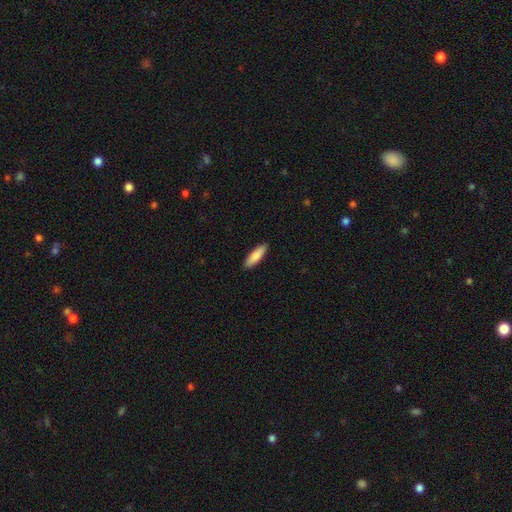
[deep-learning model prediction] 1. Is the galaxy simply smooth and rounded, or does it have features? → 86% smooth, 9% featured or disk, 5% star or artifact.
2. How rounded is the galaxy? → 54% cigar-shaped, 44% in between, 2% round.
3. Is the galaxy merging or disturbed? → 90% none, 8% minor disturbance, 1% major disturbance, 1% merger.